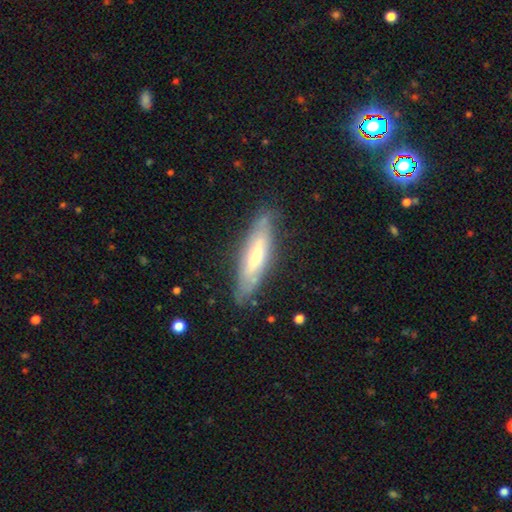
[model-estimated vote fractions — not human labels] The model was most divided on "smooth or featured": featured or disk: 52%, smooth: 42%, star or artifact: 6%. More confident: merging — none (78%); edge-on disk — yes (57%).